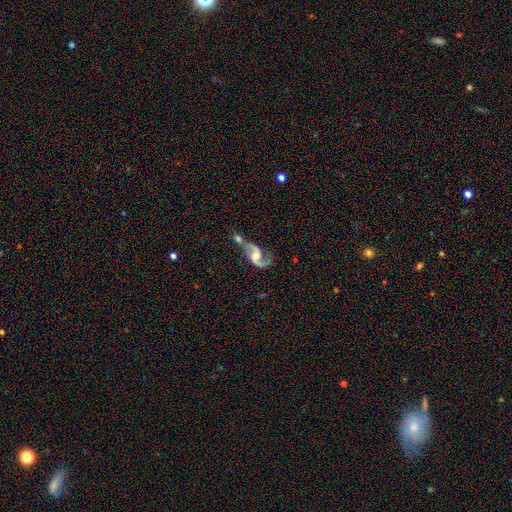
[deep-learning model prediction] Overall: featured or disk (88%). Edge-on disk: no (97%). Bar: weak (46%; no 40%). Spiral arms: yes (96%). Spiral arm count: 2 (91%). Spiral winding: loose (64%; medium 30%). Bulge size: moderate (53%; small 31%). Merging: merger (39%; none 34%).